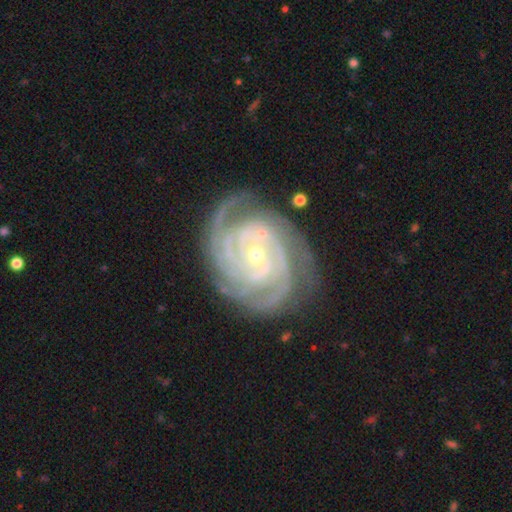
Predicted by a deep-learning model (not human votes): Morphology: type=featured or disk (92%); edge-on=no (97%); bar=no (65%); spiral arms=yes (98%); winding=tight (80%); arm count=3 (31%); bulge=small (65%); merging=none (76%).